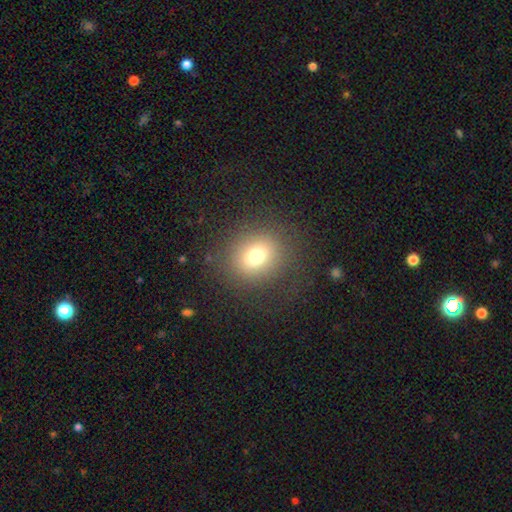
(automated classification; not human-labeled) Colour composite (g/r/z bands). It shows a smooth galaxy with no disk features (74%) that is round (70%). Merging: none (82%).